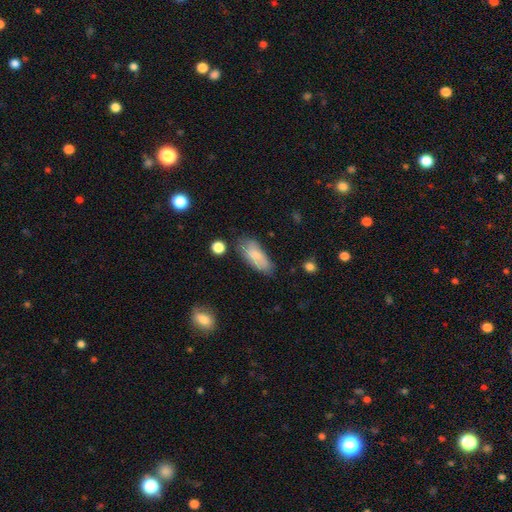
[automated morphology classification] Smooth or featured?
  - smooth: 78% *
  - featured or disk: 15%
  - star or artifact: 7%
How rounded?
  - in between: 83% *
  - cigar-shaped: 14%
  - round: 2%
Merging?
  - none: 69% *
  - minor disturbance: 23%
  - major disturbance: 5%
  - merger: 3%